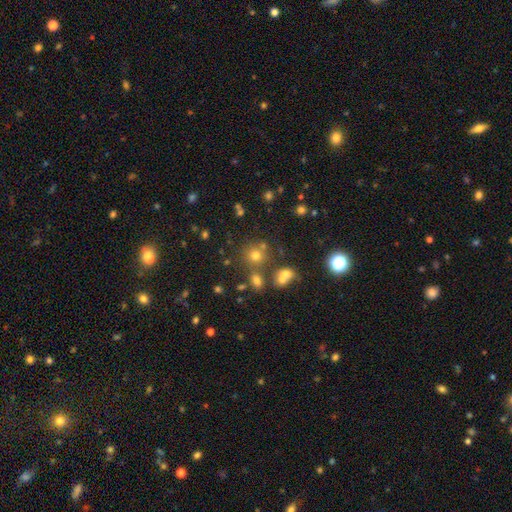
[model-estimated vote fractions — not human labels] This is likely a smooth galaxy (66%). How rounded: clearly round (88%). Merging: likely none (69%).